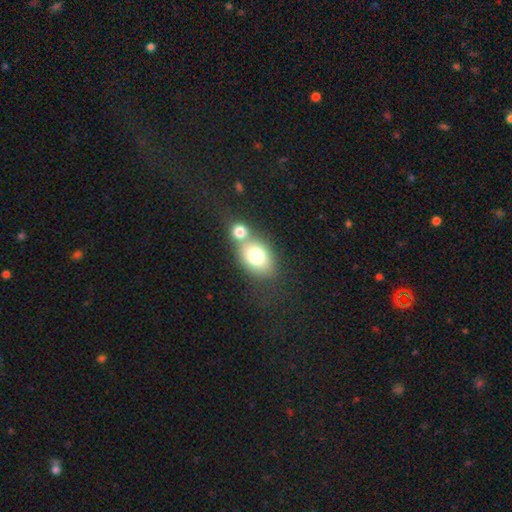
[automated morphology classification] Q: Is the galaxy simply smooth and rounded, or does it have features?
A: smooth — 73%.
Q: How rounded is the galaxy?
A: in between — 64%.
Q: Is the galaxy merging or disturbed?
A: merger — 49%.